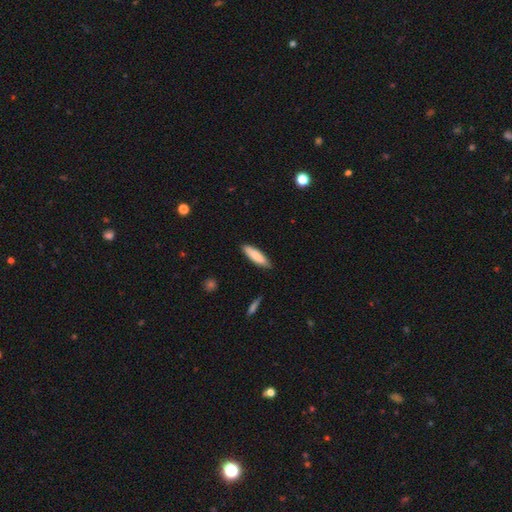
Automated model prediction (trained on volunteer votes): This appears to be a smooth galaxy with no disk features (84%) that is cigar-shaped (63%). Merging: none (86%).